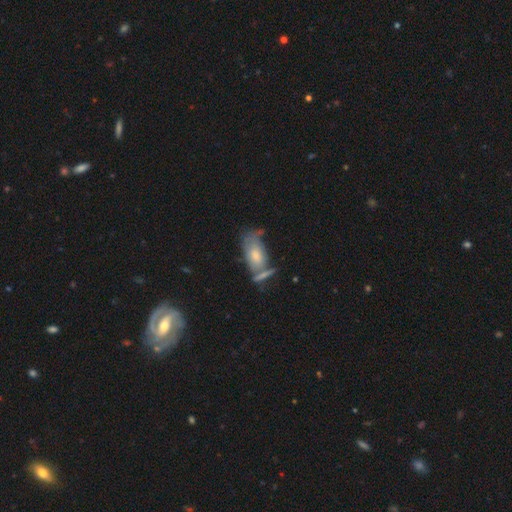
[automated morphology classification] This appears to be a smooth galaxy with no disk features (60%) that is in between round and cigar-shaped (87%). Merging: none (34%).